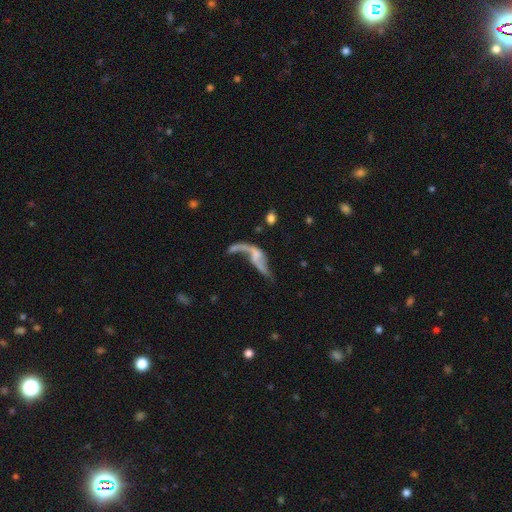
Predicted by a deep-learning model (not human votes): Overall: featured or disk (72%). Edge-on disk: no (91%). Bar: no (65%; weak 25%). Spiral arms: yes (69%; no 31%). Bulge size: none (49%; small 34%). Merging: major disturbance (39%; none 25%).